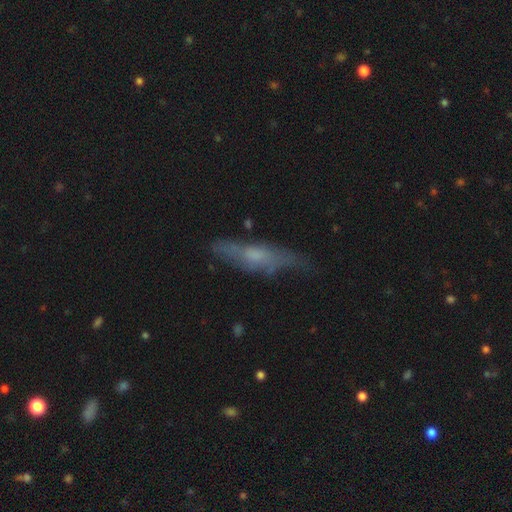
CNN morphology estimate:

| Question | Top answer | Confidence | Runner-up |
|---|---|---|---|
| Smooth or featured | featured or disk | 49% | smooth (42%) |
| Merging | none | 58% | minor disturbance (28%) |